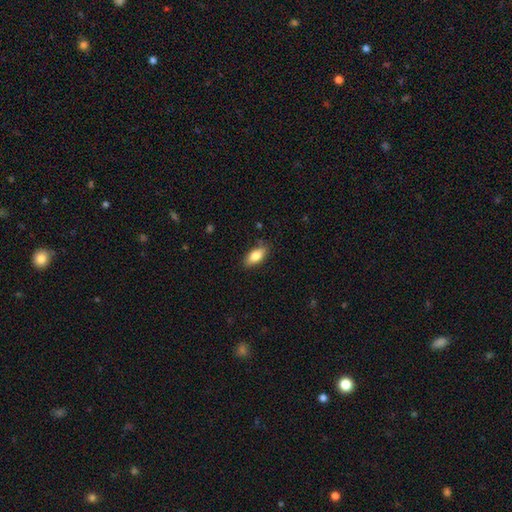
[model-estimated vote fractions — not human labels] This appears to be a smooth galaxy with no disk features (80%) that is in between round and cigar-shaped (85%). Merging: none (82%).